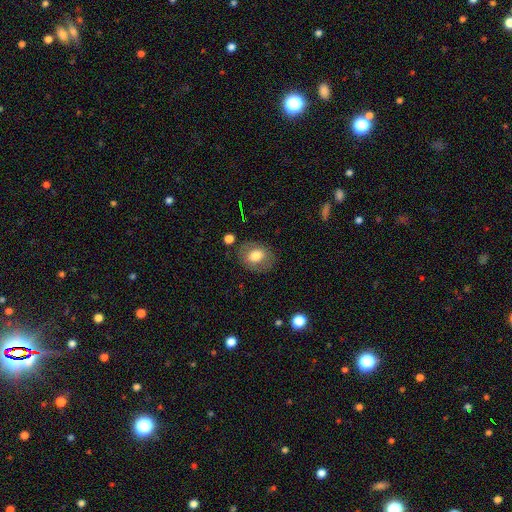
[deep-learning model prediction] This is likely a smooth galaxy (72%). How rounded: possibly in between (56%). Merging: likely none (79%).